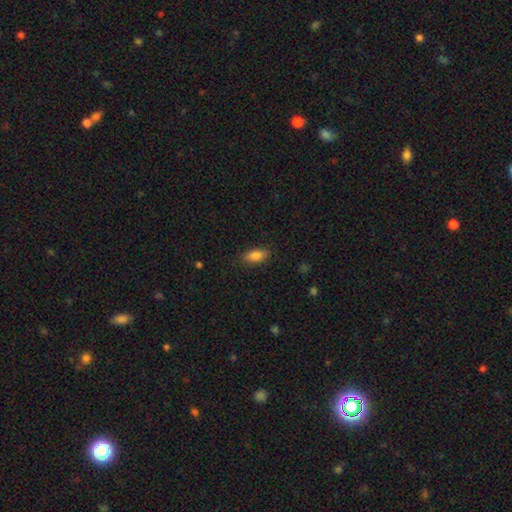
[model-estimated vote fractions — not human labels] Smooth or featured: smooth — 83% (featured or disk — 9%)
How rounded: in between — 85% (cigar-shaped — 11%)
Merging: none — 86% (minor disturbance — 11%)